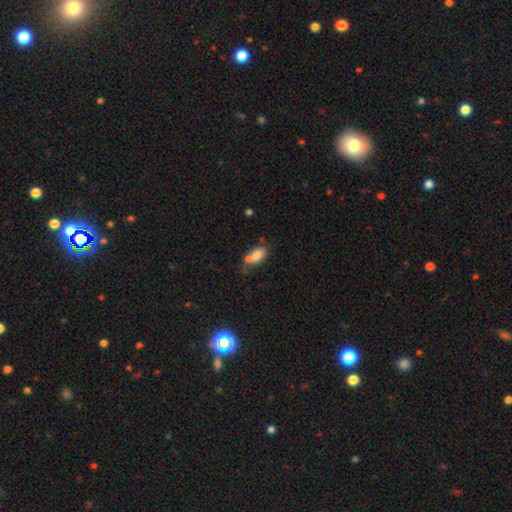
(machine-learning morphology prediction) smooth_or_featured: smooth (p=0.79) [alt: featured or disk p=0.11]
how_rounded: in between (p=0.86) [alt: cigar-shaped p=0.07]
merging: none (p=0.41) [alt: merger p=0.30]